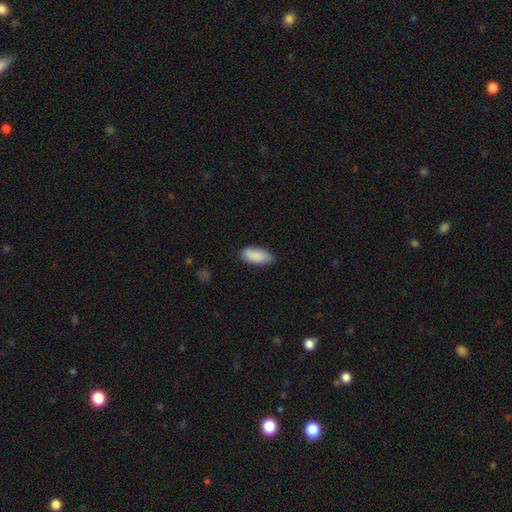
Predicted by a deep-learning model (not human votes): Q: Smooth or featured?
A: smooth (87%); runner-up: featured or disk (6%)
Q: How rounded?
A: in between (88%); runner-up: cigar-shaped (10%)
Q: Merging?
A: none (74%); runner-up: minor disturbance (21%)